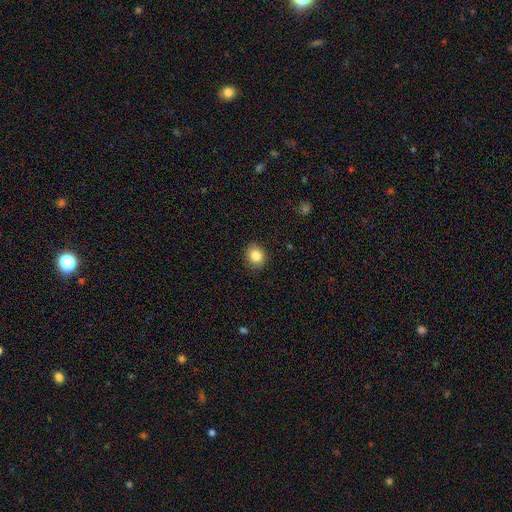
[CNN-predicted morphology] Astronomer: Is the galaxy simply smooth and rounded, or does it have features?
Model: smooth — 84%.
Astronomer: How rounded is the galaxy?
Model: round — 69%.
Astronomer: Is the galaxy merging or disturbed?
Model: none — 85%.